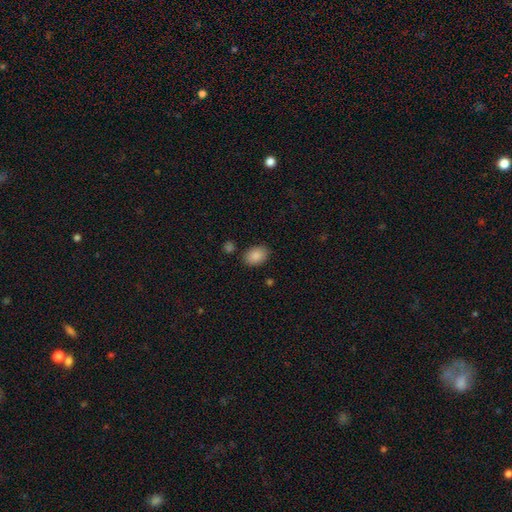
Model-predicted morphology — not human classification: type=smooth (88%); roundness=in between (79%); merging=none (83%).